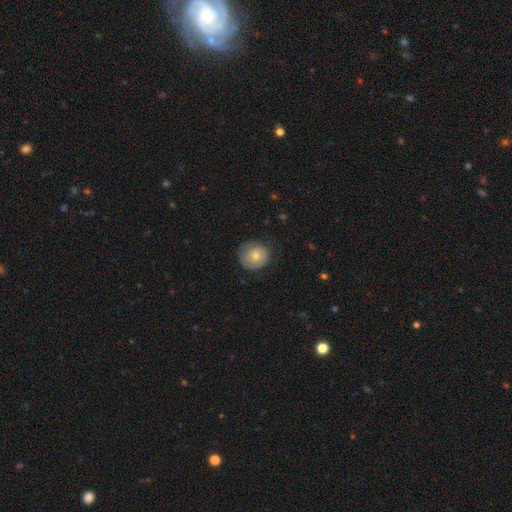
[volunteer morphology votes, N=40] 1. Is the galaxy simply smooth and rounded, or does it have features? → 75% smooth, 20% featured or disk, 5% star or artifact.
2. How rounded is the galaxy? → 90% round, 10% in between, 0% cigar-shaped.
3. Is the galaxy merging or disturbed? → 82% none, 13% minor disturbance, 5% major disturbance, 0% merger.